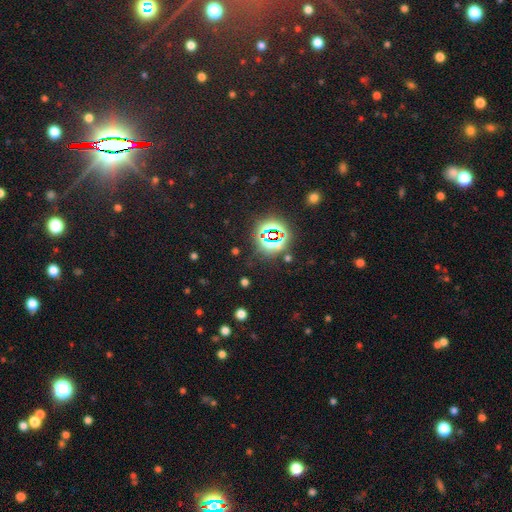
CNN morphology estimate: A star or artifact, not a galaxy (84%).

Vote fractions:
- Smooth or featured? star or artifact: 84% / smooth: 9% / featured or disk: 7%